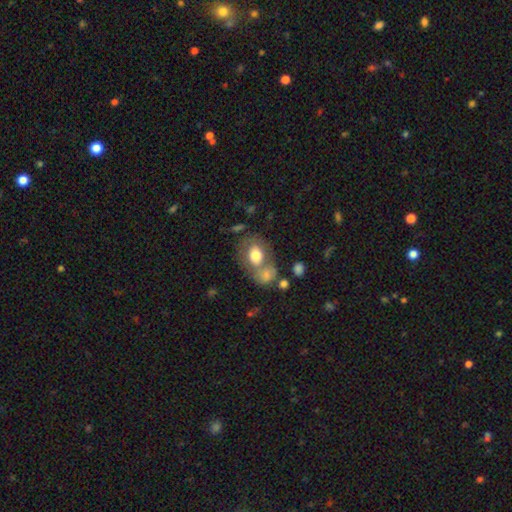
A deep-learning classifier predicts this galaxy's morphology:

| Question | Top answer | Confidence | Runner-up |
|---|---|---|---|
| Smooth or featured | smooth | 70% | featured or disk (22%) |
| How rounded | in between | 60% | round (39%) |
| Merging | none | 43% | merger (35%) |